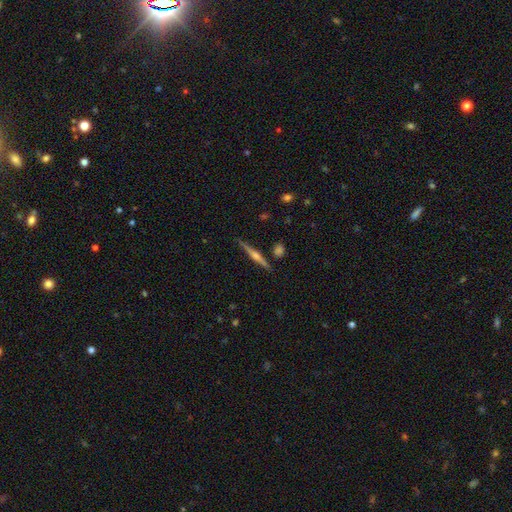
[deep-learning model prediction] A featured or disk galaxy (74%) viewed edge-on (98%) with a rounded central bulge (88%). Merging: none (88%).